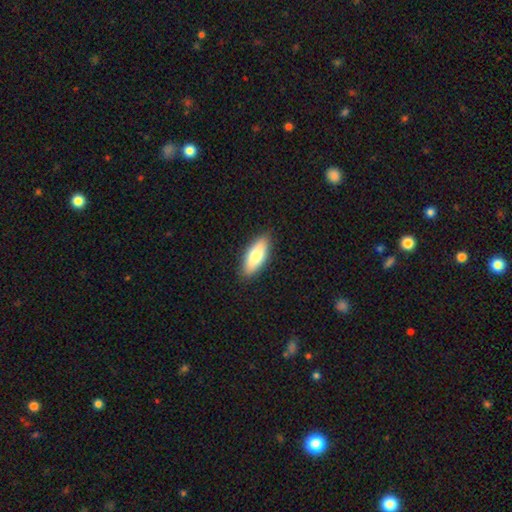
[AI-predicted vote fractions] Smooth or featured?
  - smooth: 76% *
  - featured or disk: 18%
  - star or artifact: 6%
How rounded?
  - in between: 75% *
  - cigar-shaped: 23%
  - round: 2%
Merging?
  - none: 87% *
  - minor disturbance: 10%
  - major disturbance: 2%
  - merger: 1%